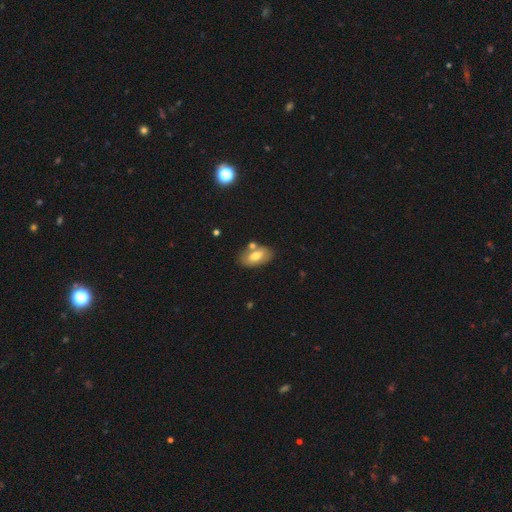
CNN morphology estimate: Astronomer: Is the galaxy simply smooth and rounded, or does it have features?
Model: smooth — 69%.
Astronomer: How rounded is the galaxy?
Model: in between — 93%.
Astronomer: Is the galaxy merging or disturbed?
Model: none — 68%.